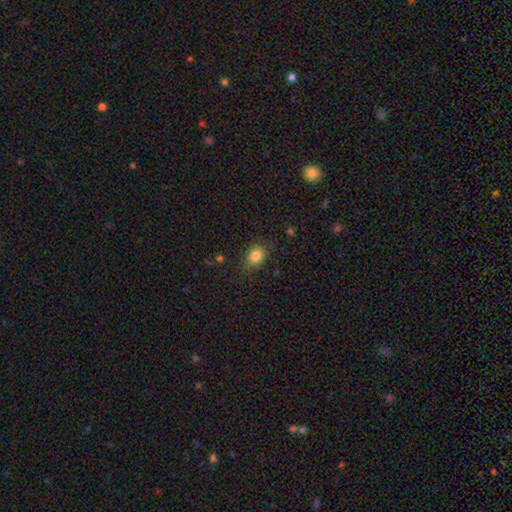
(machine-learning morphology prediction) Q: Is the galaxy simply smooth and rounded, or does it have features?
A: smooth — 83%.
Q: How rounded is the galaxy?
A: in between — 60%.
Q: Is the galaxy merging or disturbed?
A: none — 77%.